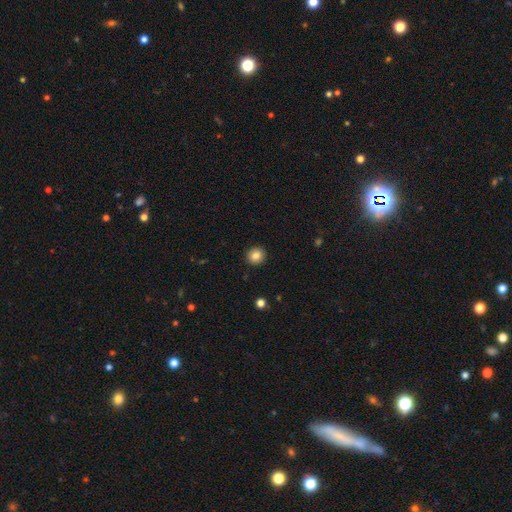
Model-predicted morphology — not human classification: smooth-or-featured: smooth: 84% | star or artifact: 10% | featured or disk: 6%
  how-rounded: round: 90% | in between: 9% | cigar-shaped: 1%
  merging: none: 92% | minor disturbance: 5% | major disturbance: 2% | merger: 1%